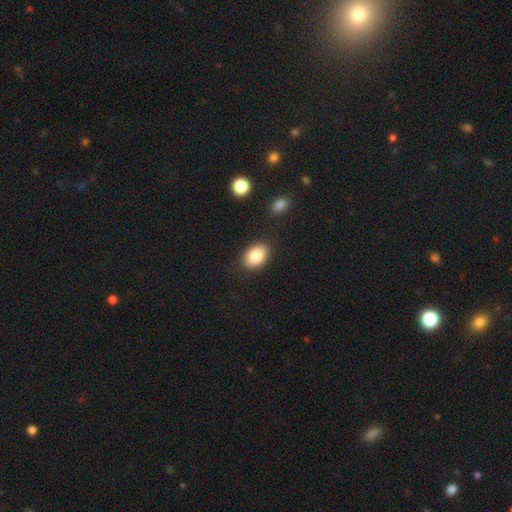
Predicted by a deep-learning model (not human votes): This is clearly a smooth galaxy (87%). How rounded: clearly in between (84%). Merging: clearly none (86%).